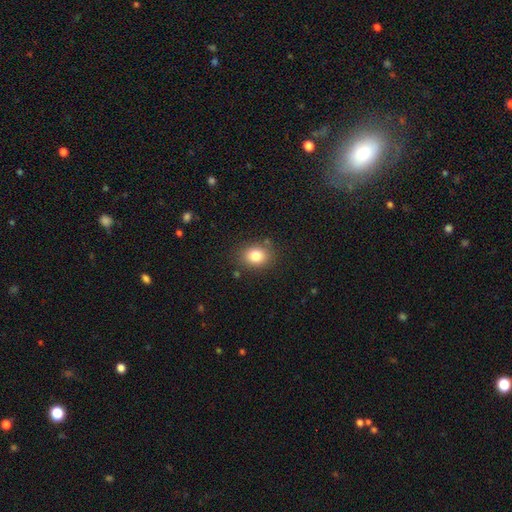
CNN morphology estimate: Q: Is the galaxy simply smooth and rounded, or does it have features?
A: smooth — 82%.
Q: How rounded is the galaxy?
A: round — 53%.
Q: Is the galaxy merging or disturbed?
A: none — 82%.